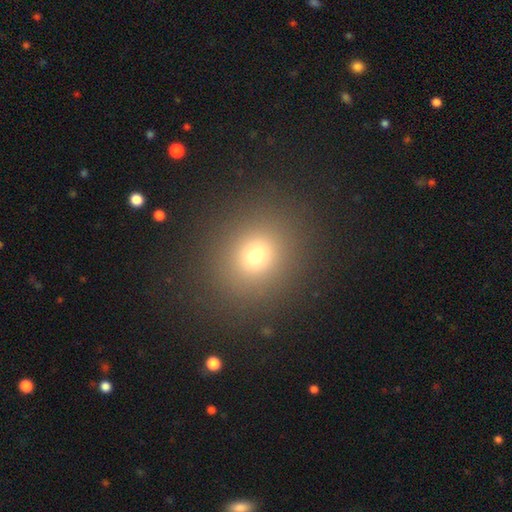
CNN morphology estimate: smooth 71%, star or artifact 20%, featured or disk 9%. Down the decision tree: how rounded — round (81%); merging — none (89%).